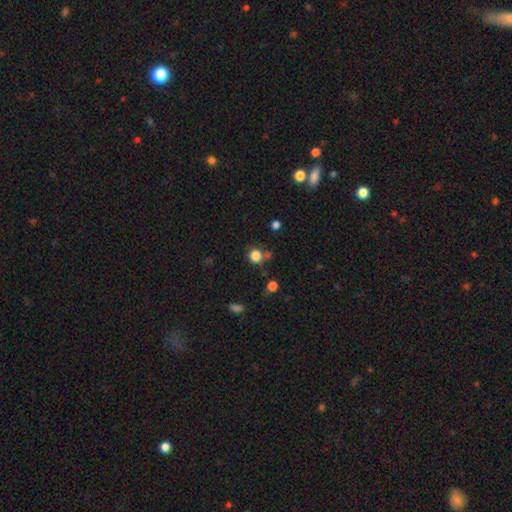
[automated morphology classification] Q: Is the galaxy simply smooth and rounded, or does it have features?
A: smooth — 82%.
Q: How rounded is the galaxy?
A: round — 89%.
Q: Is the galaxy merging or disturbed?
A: none — 70%.